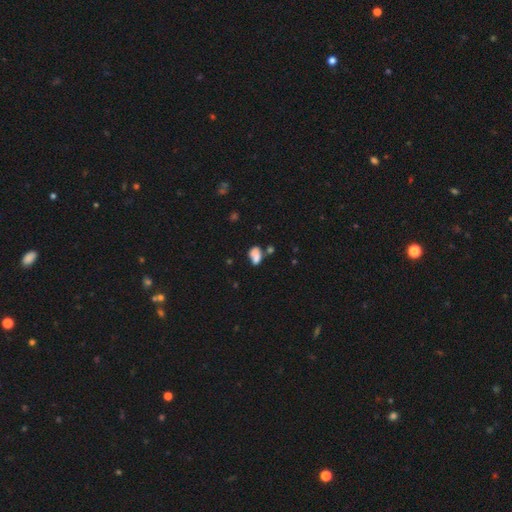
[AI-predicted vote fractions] Smooth or featured?
  - smooth: 71% *
  - featured or disk: 17%
  - star or artifact: 11%
How rounded?
  - in between: 83% *
  - round: 15%
  - cigar-shaped: 2%
Merging?
  - none: 34% *
  - merger: 33%
  - minor disturbance: 21%
  - major disturbance: 12%